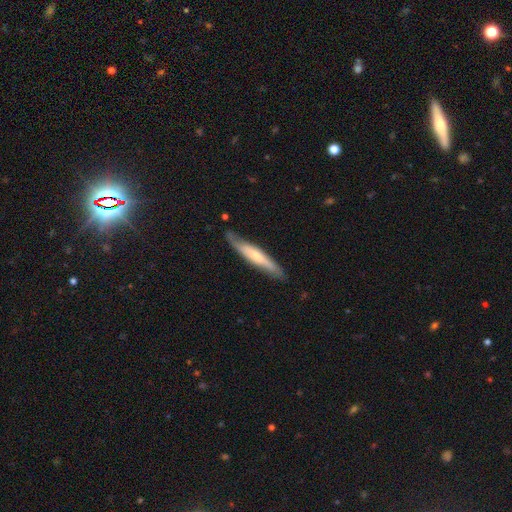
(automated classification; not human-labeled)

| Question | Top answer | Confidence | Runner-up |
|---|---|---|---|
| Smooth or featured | smooth | 49% | featured or disk (46%) |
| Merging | none | 78% | minor disturbance (17%) |